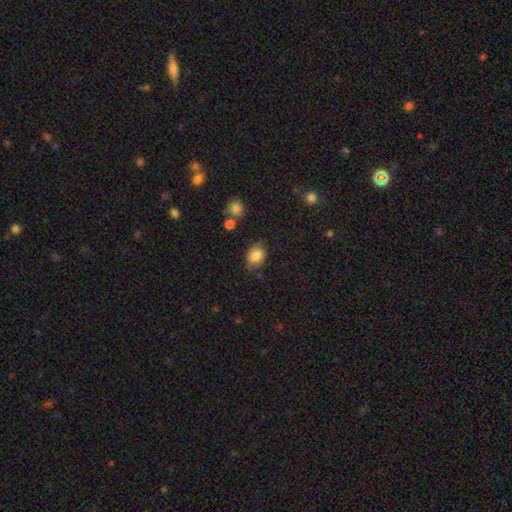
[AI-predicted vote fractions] The model was most divided on "how rounded": in between: 60%, round: 39%, cigar-shaped: 1%. More confident: smooth or featured — smooth (81%); merging — none (67%).